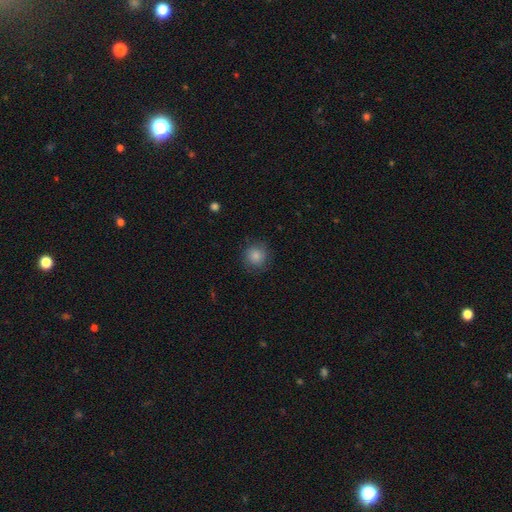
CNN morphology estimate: Smooth or featured? smooth (85%)
How rounded? round (92%)
Merging? none (86%)